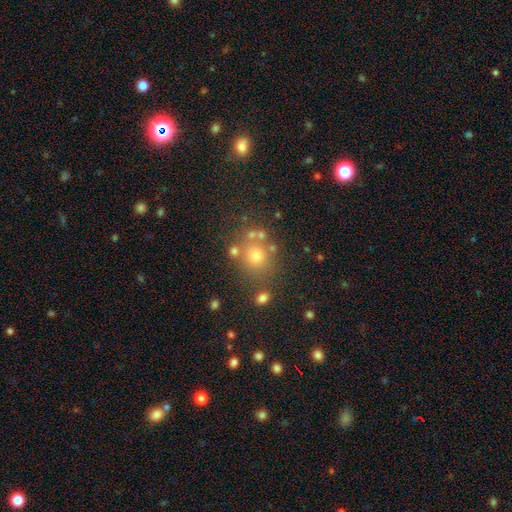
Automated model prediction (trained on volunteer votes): Smooth or featured?
  - smooth: 66% *
  - star or artifact: 23%
  - featured or disk: 12%
How rounded?
  - round: 82% *
  - in between: 17%
  - cigar-shaped: 1%
Merging?
  - none: 71% *
  - merger: 12%
  - minor disturbance: 11%
  - major disturbance: 5%